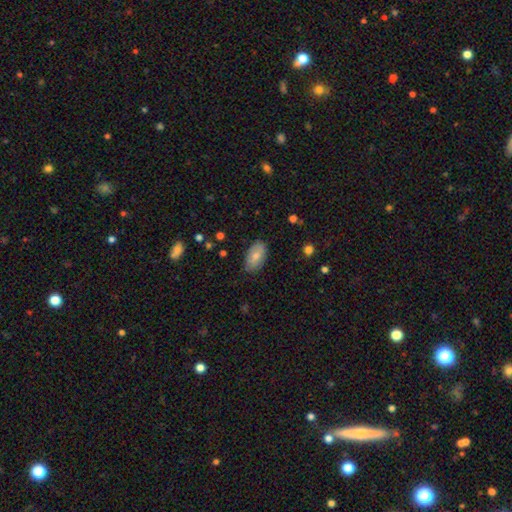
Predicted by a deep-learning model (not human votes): This appears to be a smooth galaxy with no disk features (75%) that is in between round and cigar-shaped (94%). Merging: none (82%).